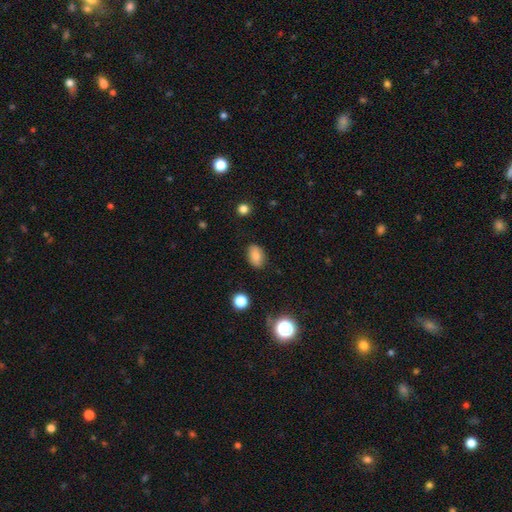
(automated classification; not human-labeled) A smooth galaxy with no disk features (82%) that is in between round and cigar-shaped (85%).

Vote fractions:
- Smooth or featured? smooth: 82% / star or artifact: 10% / featured or disk: 8%
- How rounded? in between: 85% / round: 13% / cigar-shaped: 2%
- Merging? none: 85% / minor disturbance: 11% / major disturbance: 3% / merger: 1%